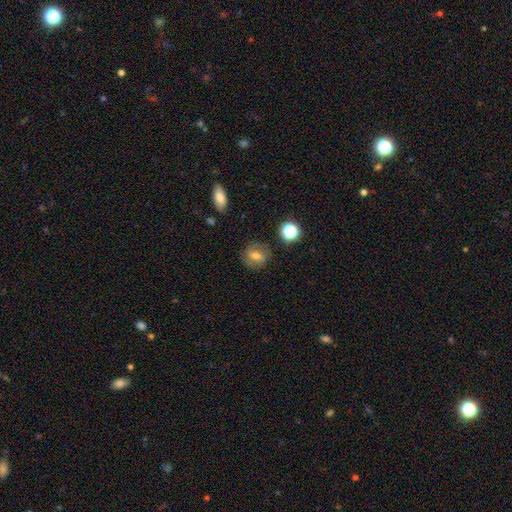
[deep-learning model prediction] smooth-or-featured: smooth: 53% | featured or disk: 35% | star or artifact: 12%
  how-rounded: round: 69% | in between: 29% | cigar-shaped: 2%
  merging: none: 81% | minor disturbance: 13% | major disturbance: 4% | merger: 2%